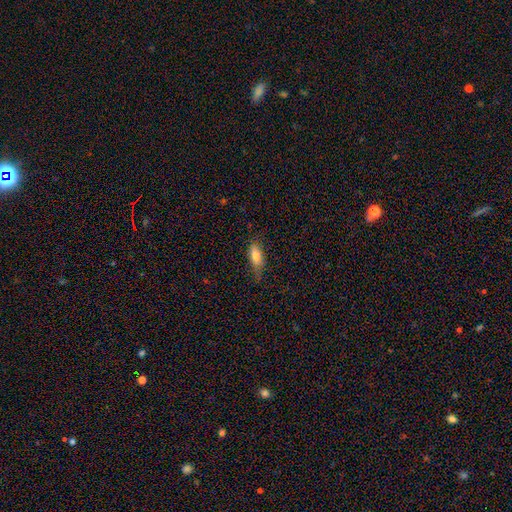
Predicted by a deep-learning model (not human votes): The model was most divided on "merging": none: 63%, minor disturbance: 28%, major disturbance: 8%, merger: 2%. More confident: smooth or featured — smooth (78%); how rounded — in between (77%).